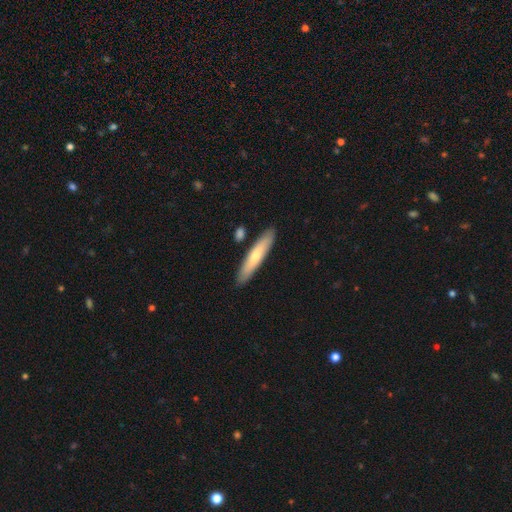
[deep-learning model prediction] Smooth or featured: smooth — 63% (featured or disk — 32%)
How rounded: cigar-shaped — 87% (in between — 12%)
Merging: none — 86% (minor disturbance — 9%)